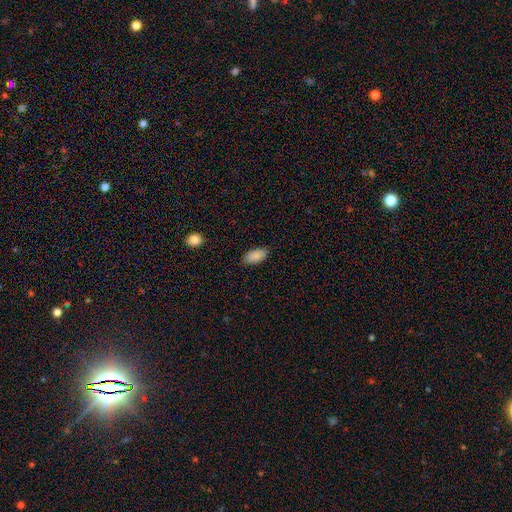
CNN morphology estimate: This appears to be a smooth galaxy with no disk features (88%) that is in between round and cigar-shaped (94%). Merging: none (84%).